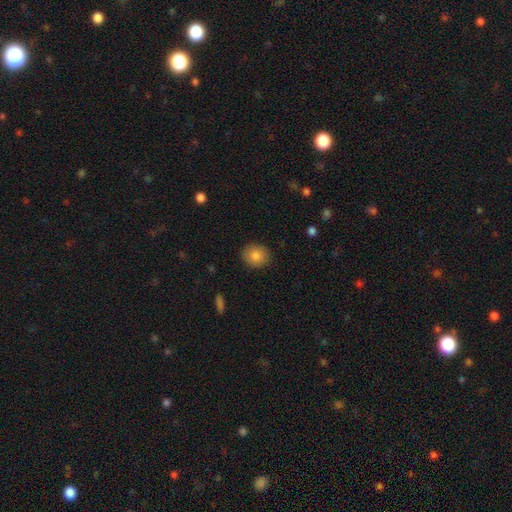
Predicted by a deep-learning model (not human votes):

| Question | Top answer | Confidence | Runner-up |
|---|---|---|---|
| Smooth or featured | smooth | 83% | featured or disk (9%) |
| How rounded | round | 76% | in between (23%) |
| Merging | none | 89% | minor disturbance (8%) |